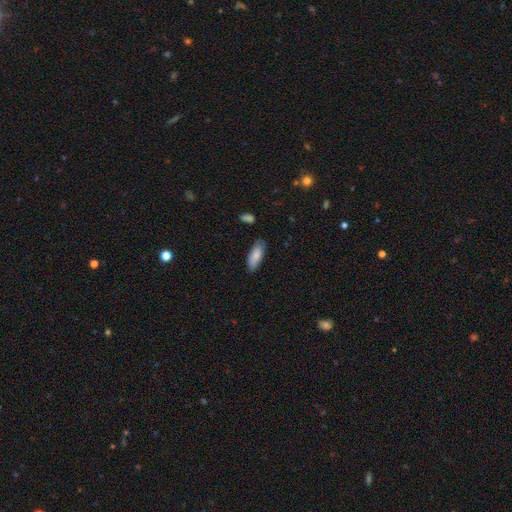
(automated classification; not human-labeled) Morphology: type=smooth (83%); roundness=in between (74%); merging=none (80%).